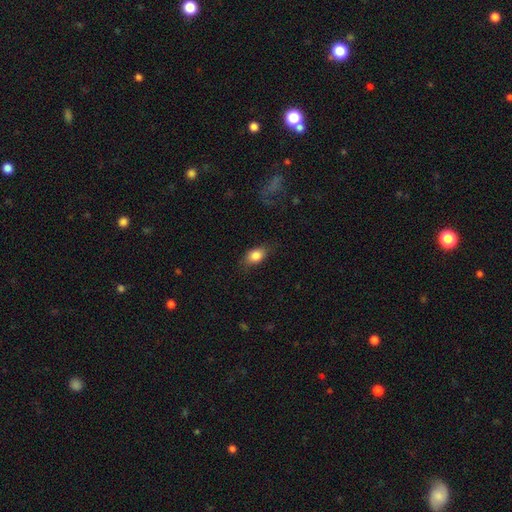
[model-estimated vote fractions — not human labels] smooth 83%, featured or disk 9%, star or artifact 8%. Down the decision tree: how rounded — in between (80%); merging — none (77%).